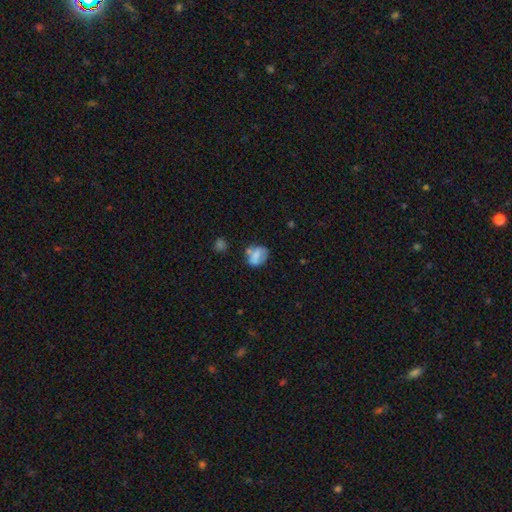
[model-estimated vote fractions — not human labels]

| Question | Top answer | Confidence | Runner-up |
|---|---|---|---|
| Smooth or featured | smooth | 63% | featured or disk (27%) |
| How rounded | in between | 55% | round (43%) |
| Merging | none | 51% | minor disturbance (24%) |